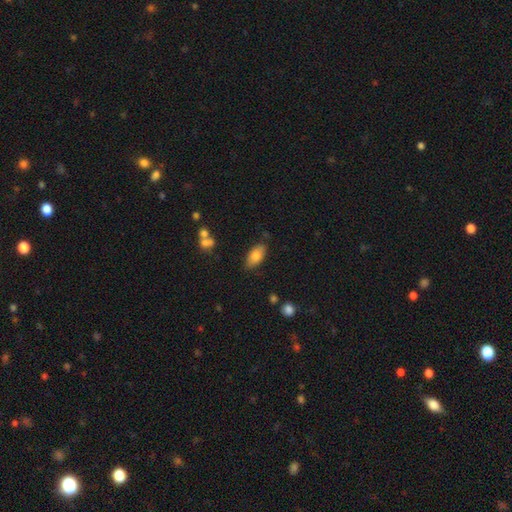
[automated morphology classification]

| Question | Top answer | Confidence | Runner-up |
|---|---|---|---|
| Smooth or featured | smooth | 79% | featured or disk (14%) |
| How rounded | in between | 91% | cigar-shaped (6%) |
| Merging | none | 81% | minor disturbance (14%) |